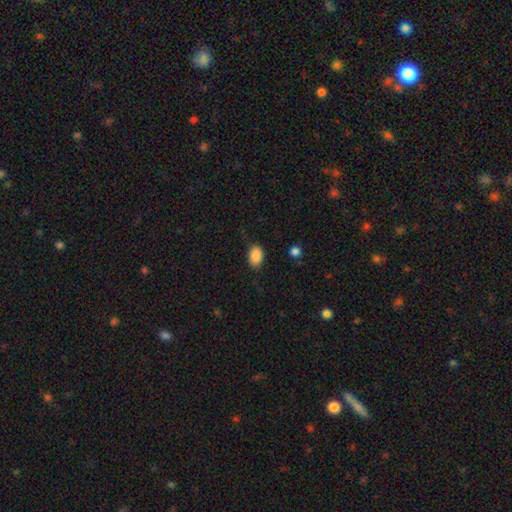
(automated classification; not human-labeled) smooth_or_featured: smooth (p=0.88) [alt: star or artifact p=0.08]
how_rounded: in between (p=0.81) [alt: round p=0.18]
merging: none (p=0.81) [alt: minor disturbance p=0.14]